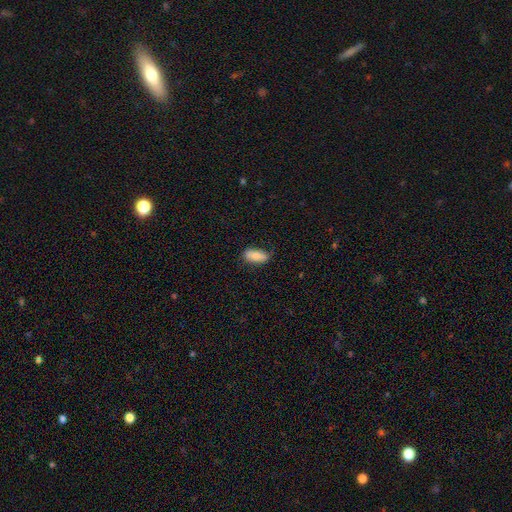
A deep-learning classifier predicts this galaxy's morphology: Smooth or featured?
  - smooth: 80% *
  - featured or disk: 14%
  - star or artifact: 7%
How rounded?
  - in between: 86% *
  - cigar-shaped: 12%
  - round: 3%
Merging?
  - none: 70% *
  - minor disturbance: 24%
  - major disturbance: 5%
  - merger: 1%